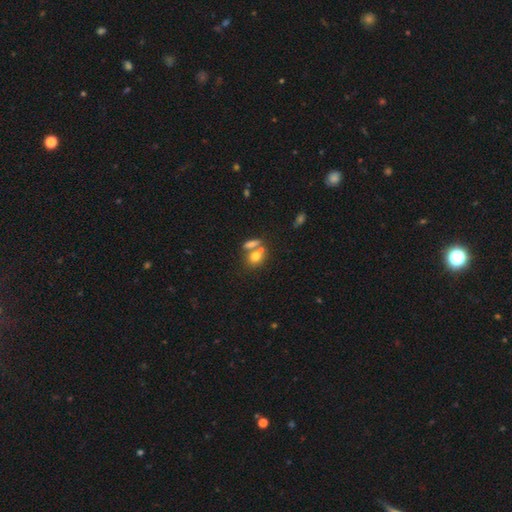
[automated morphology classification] Smooth or featured?
  - smooth: 73% *
  - featured or disk: 15%
  - star or artifact: 12%
How rounded?
  - in between: 51% *
  - round: 45%
  - cigar-shaped: 4%
Merging?
  - none: 43% * (tied)
  - merger: 43% * (tied)
  - minor disturbance: 9%
  - major disturbance: 5%